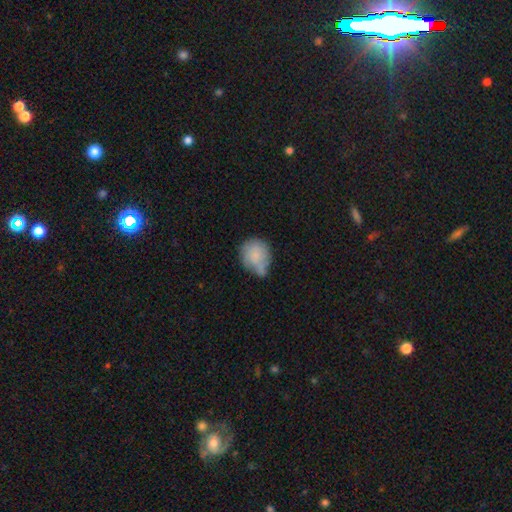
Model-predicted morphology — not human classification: This appears to be a smooth galaxy with no disk features (74%) that is round (67%). Merging: minor disturbance (38%, tied with none).